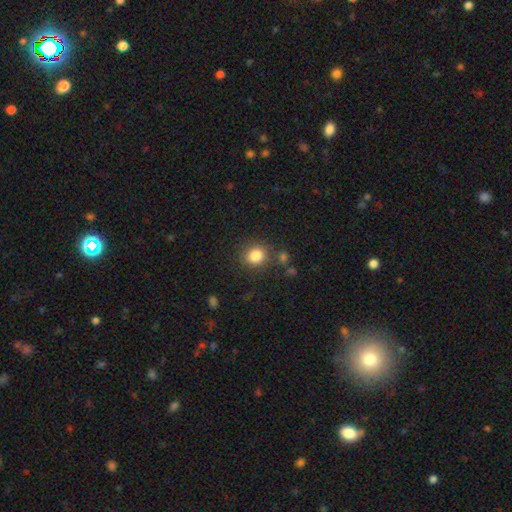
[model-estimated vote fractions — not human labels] The model was most divided on "how rounded": round: 81%, in between: 18%, cigar-shaped: 1%. More confident: smooth or featured — smooth (84%); merging — none (80%).